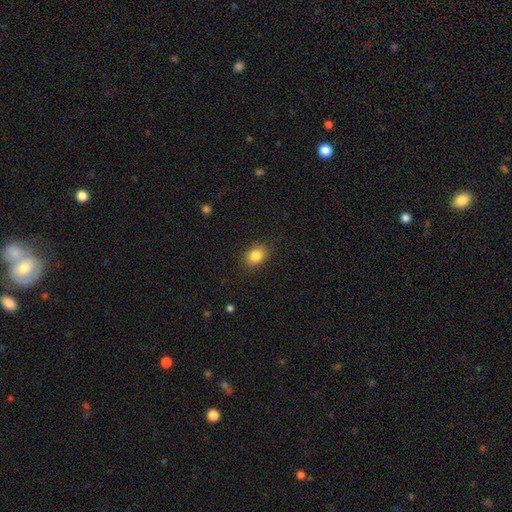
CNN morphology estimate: smooth 85%, star or artifact 9%, featured or disk 6%. Down the decision tree: how rounded — in between (61%); merging — none (86%).